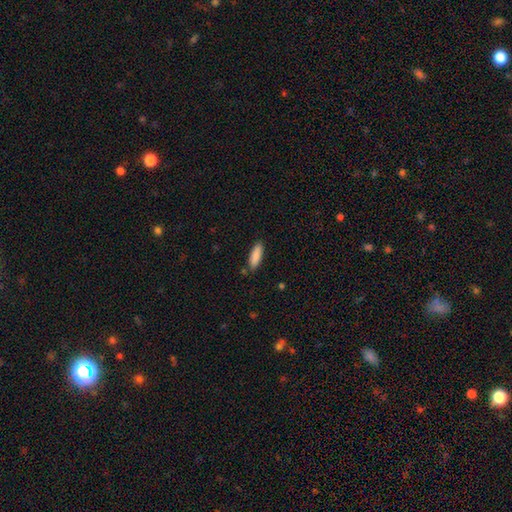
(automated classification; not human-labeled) smooth 88%, featured or disk 6%, star or artifact 6%. Down the decision tree: how rounded — in between (50%); merging — none (84%).